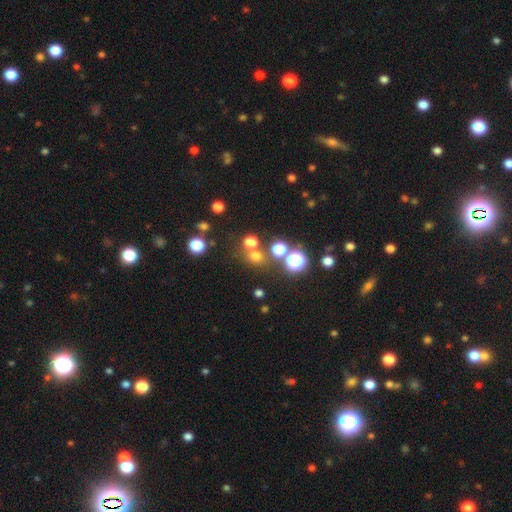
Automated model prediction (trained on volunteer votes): Overall: smooth (64%; star or artifact 27%). How rounded: round (85%). Merging: none (69%).